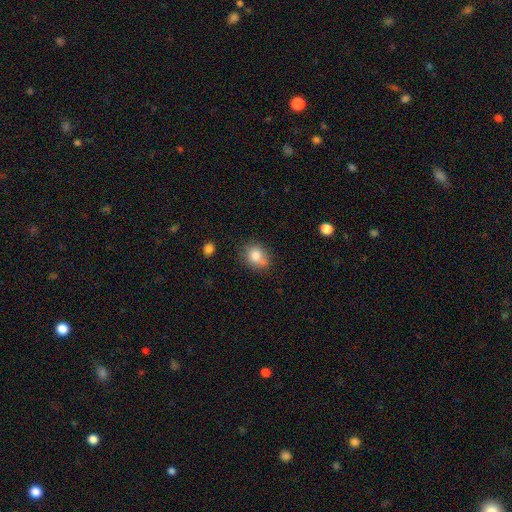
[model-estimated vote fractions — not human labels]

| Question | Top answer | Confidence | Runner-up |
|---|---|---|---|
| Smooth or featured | smooth | 81% | star or artifact (10%) |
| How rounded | round | 56% | in between (42%) |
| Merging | none | 60% | minor disturbance (23%) |